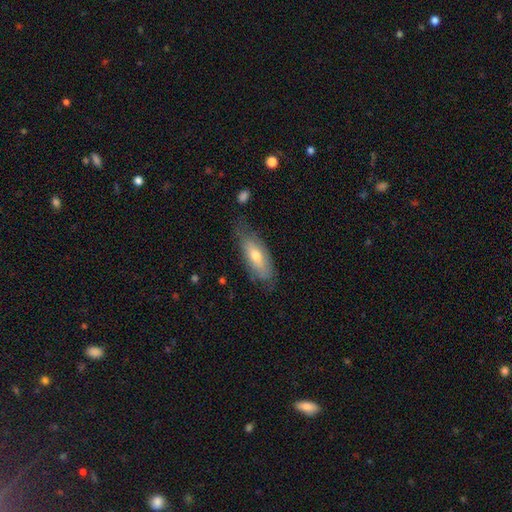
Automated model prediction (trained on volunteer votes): This appears to be a smooth galaxy with no disk features (59%) that is in between round and cigar-shaped (71%). Merging: none (64%).